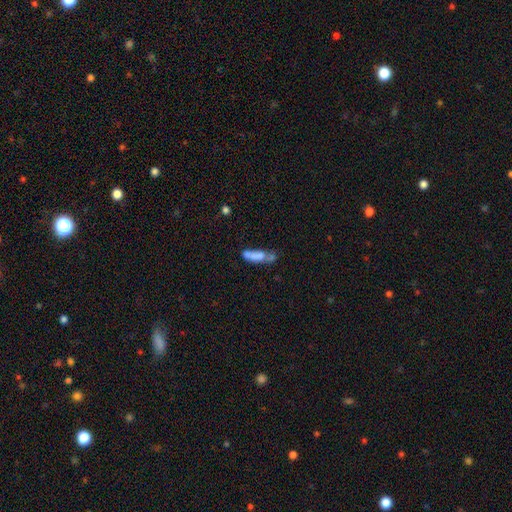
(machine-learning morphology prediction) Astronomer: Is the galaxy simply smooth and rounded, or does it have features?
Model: smooth — 62%.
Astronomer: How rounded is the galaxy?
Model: cigar-shaped — 49% (runner-up: in between, 47%).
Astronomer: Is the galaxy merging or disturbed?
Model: merger — 34% (runner-up: none, 31%).